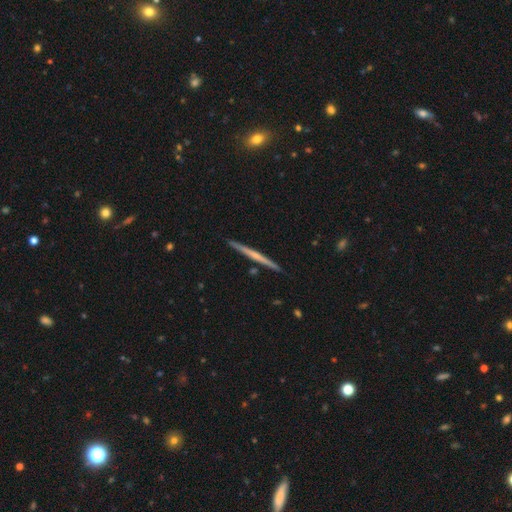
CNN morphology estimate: The model was most divided on "smooth or featured": featured or disk: 60%, smooth: 34%, star or artifact: 5%. More confident: edge-on disk — yes (98%); merging — none (92%); edge-on bulge — none (63%).